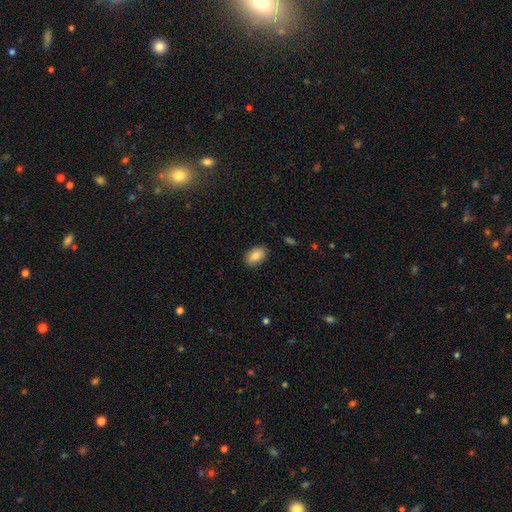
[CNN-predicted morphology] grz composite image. It shows a smooth galaxy with no disk features (84%) that is in between round and cigar-shaped (90%). Merging: none (87%).